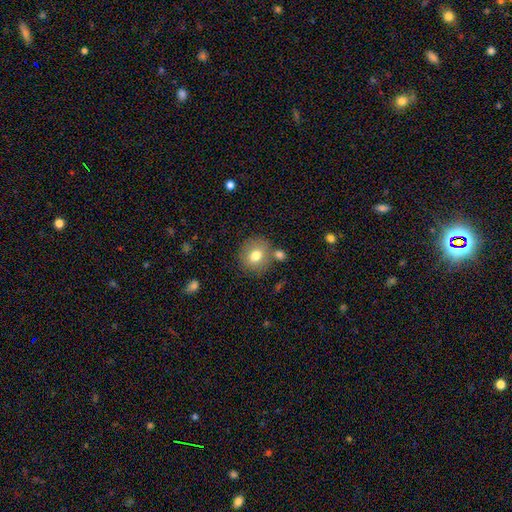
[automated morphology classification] Smooth or featured: smooth — 74% (featured or disk — 16%)
How rounded: round — 85% (in between — 15%)
Merging: none — 75% (minor disturbance — 11%)